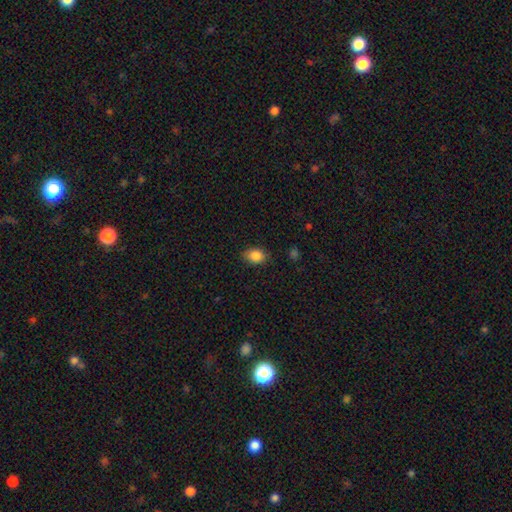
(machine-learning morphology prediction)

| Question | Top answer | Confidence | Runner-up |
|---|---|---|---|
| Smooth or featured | smooth | 86% | star or artifact (9%) |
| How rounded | in between | 71% | round (28%) |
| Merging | none | 81% | minor disturbance (15%) |